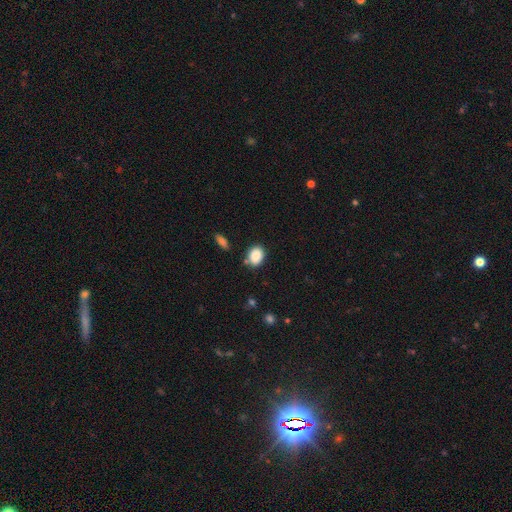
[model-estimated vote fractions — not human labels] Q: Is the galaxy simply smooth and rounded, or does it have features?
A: smooth — 86%.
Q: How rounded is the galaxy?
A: in between — 63%.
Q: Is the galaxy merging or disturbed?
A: none — 75%.